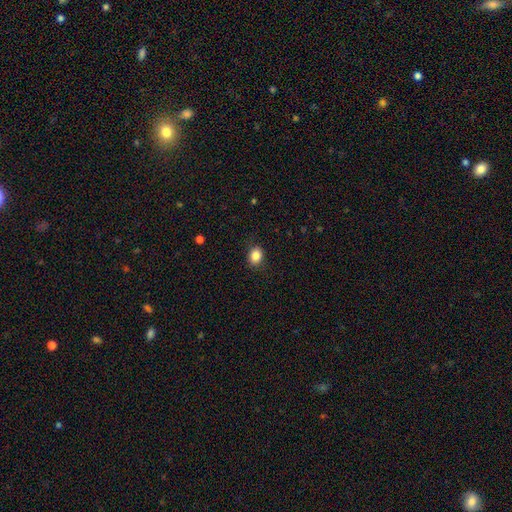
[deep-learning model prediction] Smooth or featured: smooth — 86% (star or artifact — 10%)
How rounded: in between — 50% (round — 49%)
Merging: none — 86% (minor disturbance — 10%)